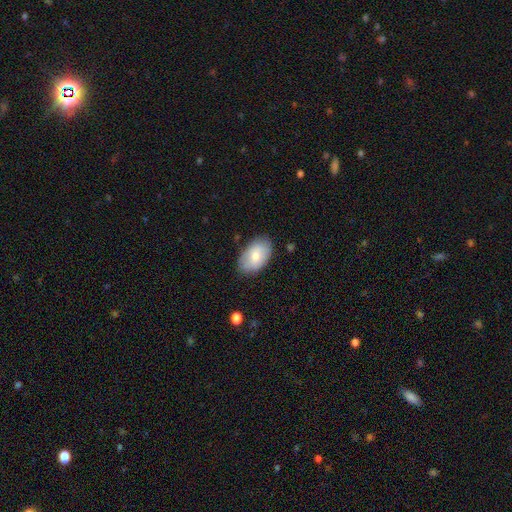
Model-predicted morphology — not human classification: This is likely a smooth galaxy (76%). How rounded: clearly in between (93%). Merging: likely none (80%).